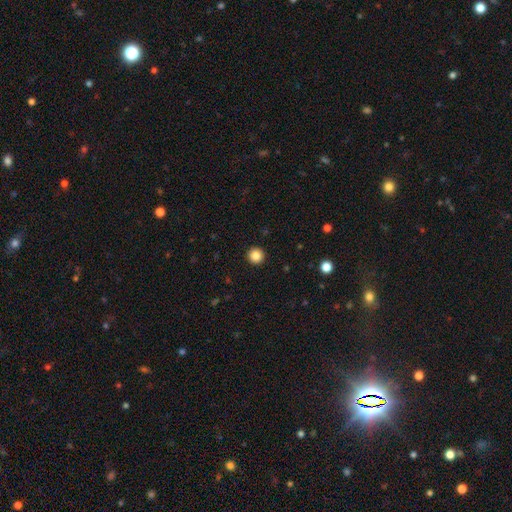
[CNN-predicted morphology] Smooth or featured?
  - smooth: 86% *
  - star or artifact: 10%
  - featured or disk: 4%
How rounded?
  - round: 96% *
  - in between: 3%
  - cigar-shaped: 1%
Merging?
  - none: 94% *
  - minor disturbance: 4%
  - major disturbance: 1%
  - merger: 1%